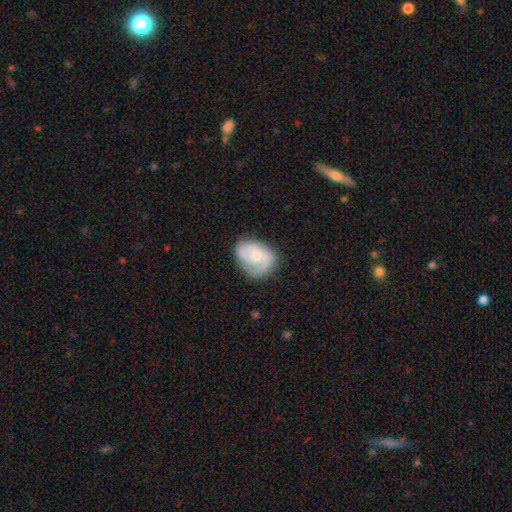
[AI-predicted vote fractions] Smooth or featured: featured or disk — 68% (smooth — 26%)
Edge-on disk: no — 98% (yes — 2%)
Bar: no — 67% (weak — 29%)
Spiral arms: yes — 91% (no — 9%)
Spiral winding: medium — 45% (tight — 35%)
Spiral arm count: 2 — 52% (3 — 19%)
Bulge size: small — 49% (moderate — 44%)
Merging: none — 69% (minor disturbance — 22%)